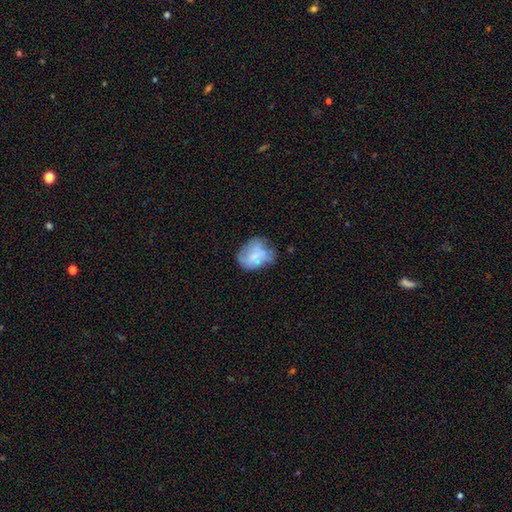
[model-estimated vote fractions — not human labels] Morphology: type=smooth (64%); roundness=in between (54%); merging=none (41%).